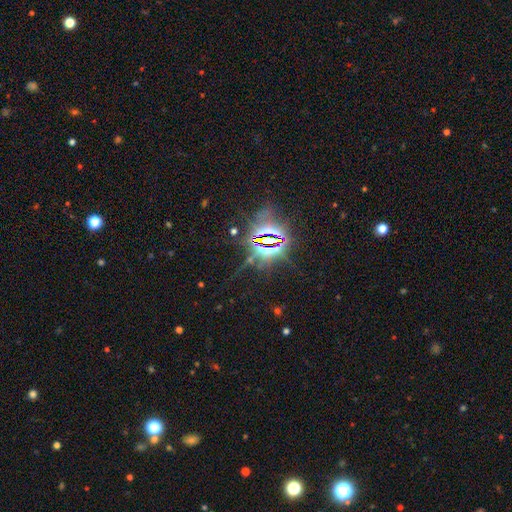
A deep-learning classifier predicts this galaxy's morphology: Smooth or featured? Predicted: star or artifact (p=0.86).